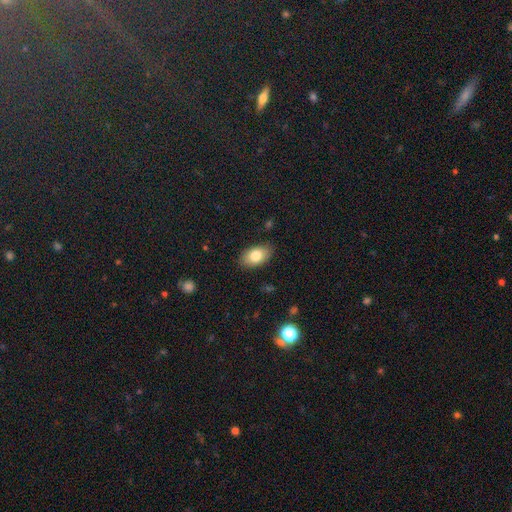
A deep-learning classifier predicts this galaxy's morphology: A smooth galaxy with no disk features (80%) that is in between round and cigar-shaped (92%).

Vote fractions:
- Smooth or featured? smooth: 80% / featured or disk: 13% / star or artifact: 7%
- How rounded? in between: 92% / round: 6% / cigar-shaped: 2%
- Merging? none: 85% / minor disturbance: 11% / major disturbance: 2% / merger: 1%